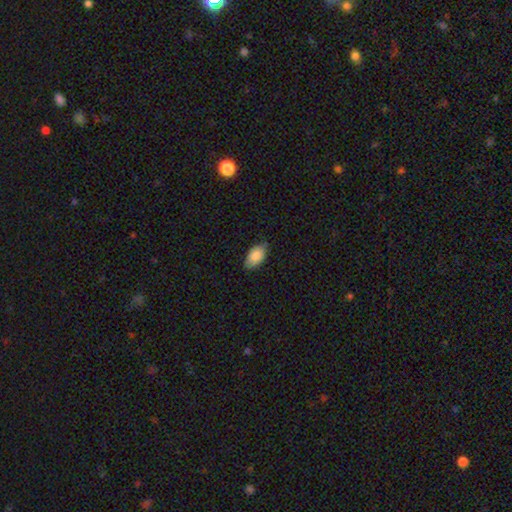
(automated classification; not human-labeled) A smooth galaxy with no disk features (86%) that is in between round and cigar-shaped (94%).

Vote fractions:
- Smooth or featured? smooth: 86% / featured or disk: 7% / star or artifact: 6%
- How rounded? in between: 94% / round: 4% / cigar-shaped: 2%
- Merging? none: 80% / minor disturbance: 16% / major disturbance: 2% / merger: 1%